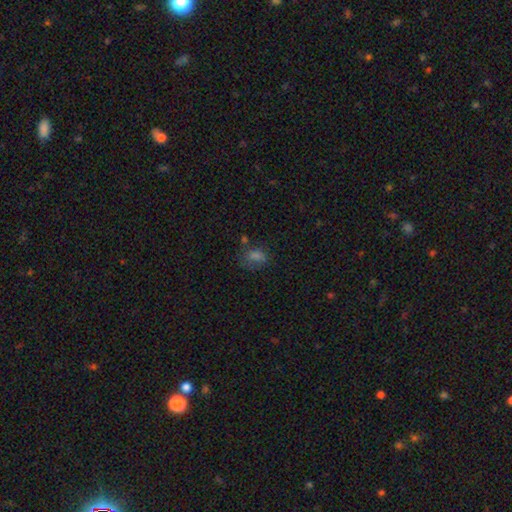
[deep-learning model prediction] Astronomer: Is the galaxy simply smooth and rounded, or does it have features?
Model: smooth — 63%.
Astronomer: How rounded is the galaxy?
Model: in between — 68%.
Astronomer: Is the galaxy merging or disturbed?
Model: none — 61%.